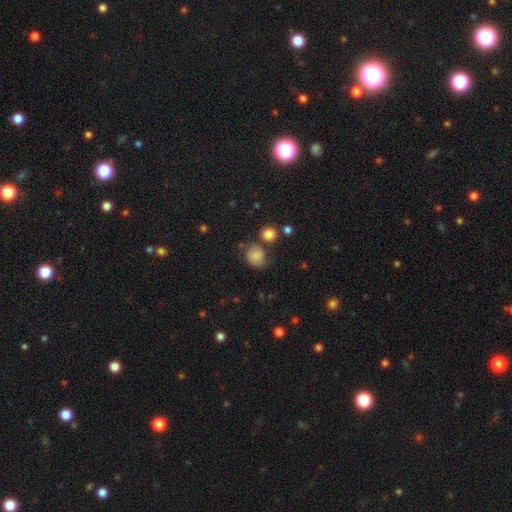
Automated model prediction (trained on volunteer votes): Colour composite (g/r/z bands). It shows a smooth galaxy with no disk features (76%) that is round (72%). Merging: none (63%).